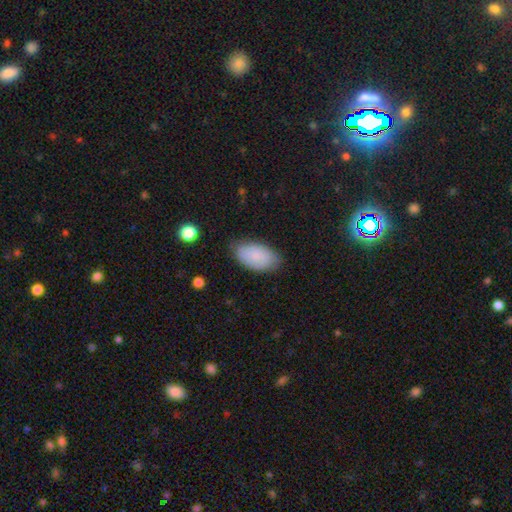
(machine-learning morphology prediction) smooth_or_featured: smooth (p=0.75) [alt: featured or disk p=0.18]
how_rounded: in between (p=0.94) [alt: round p=0.04]
merging: none (p=0.75) [alt: minor disturbance p=0.20]